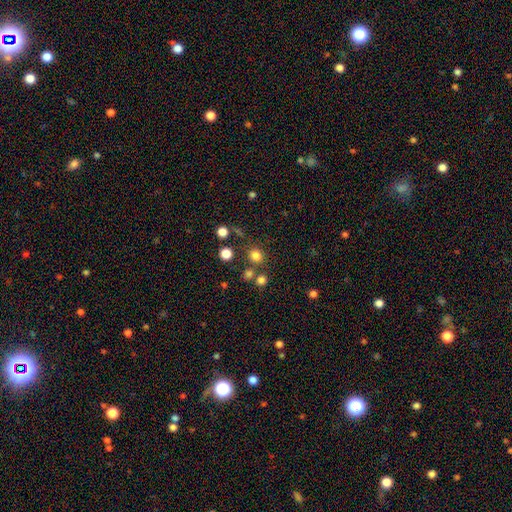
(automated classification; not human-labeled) Smooth or featured?
  - smooth: 78% *
  - star or artifact: 16%
  - featured or disk: 6%
How rounded?
  - round: 84% *
  - in between: 15%
  - cigar-shaped: 1%
Merging?
  - none: 76% *
  - merger: 12%
  - minor disturbance: 9%
  - major disturbance: 4%